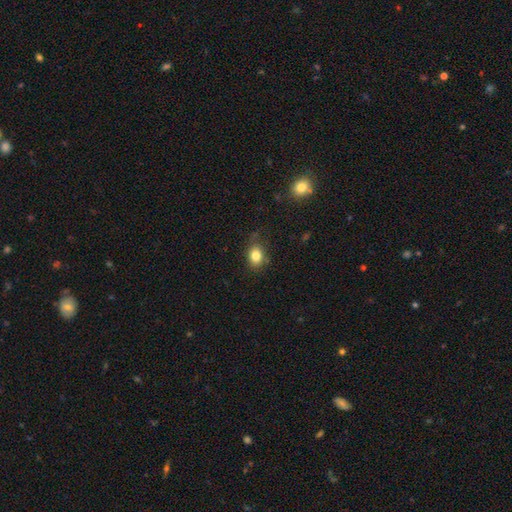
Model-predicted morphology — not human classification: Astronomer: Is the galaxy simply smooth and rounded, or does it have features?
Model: smooth — 82%.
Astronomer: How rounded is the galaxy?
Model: in between — 57% (runner-up: round, 42%).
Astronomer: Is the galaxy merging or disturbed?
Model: none — 75%.